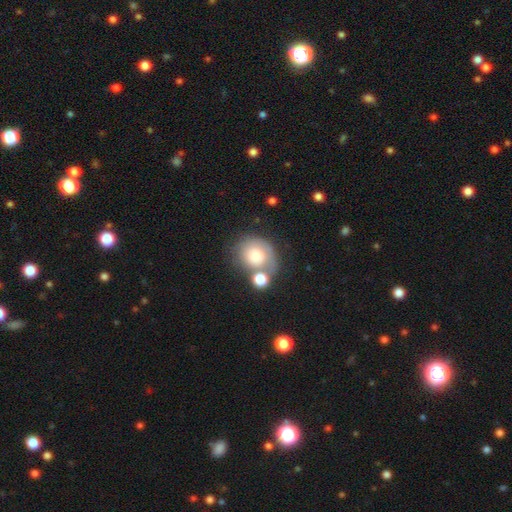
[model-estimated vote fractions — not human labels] Q: Smooth or featured?
A: smooth (67%); runner-up: featured or disk (25%)
Q: How rounded?
A: round (66%); runner-up: in between (33%)
Q: Merging?
A: none (43%); runner-up: merger (27%)